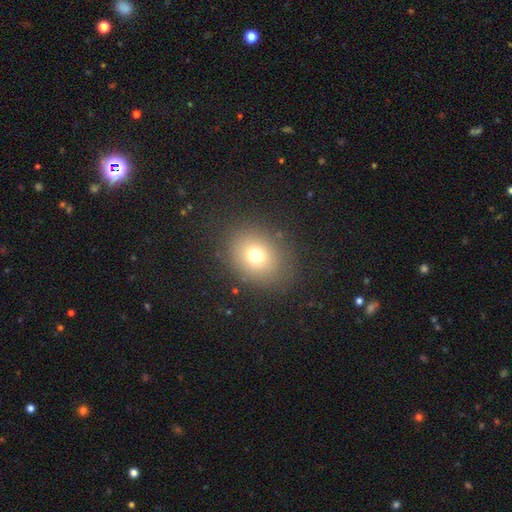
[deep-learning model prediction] smooth 72%, star or artifact 16%, featured or disk 12%. Down the decision tree: how rounded — round (59%); merging — none (84%).